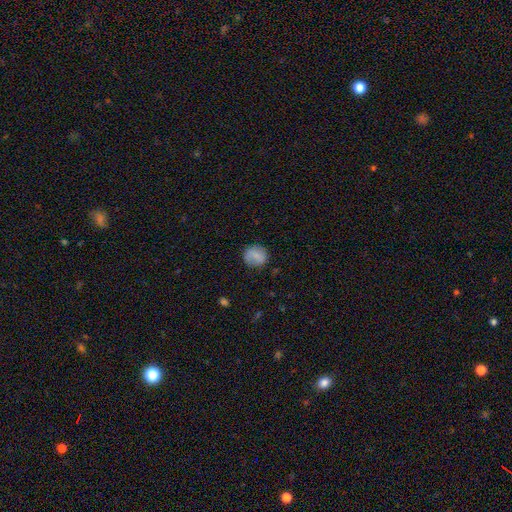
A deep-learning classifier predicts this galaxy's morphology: This is likely a smooth galaxy (79%). How rounded: clearly round (84%). Merging: likely none (79%).